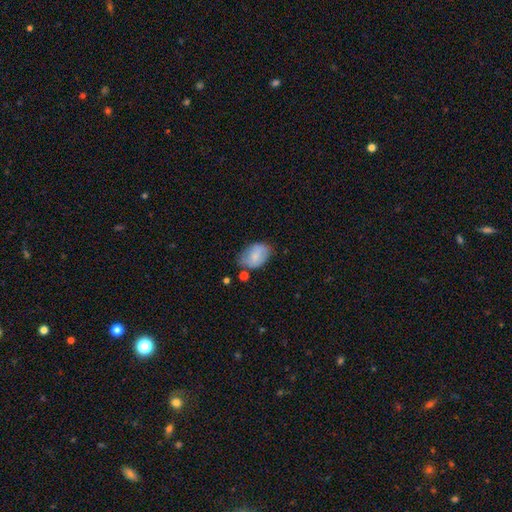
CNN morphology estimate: smooth 76%, featured or disk 17%, star or artifact 7%. Down the decision tree: how rounded — in between (87%); merging — none (60%).